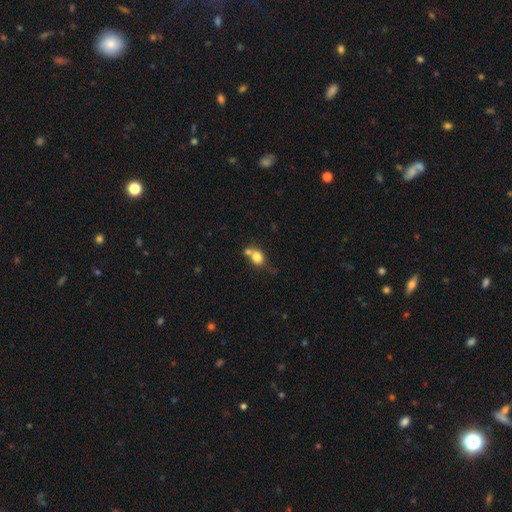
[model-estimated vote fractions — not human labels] Smooth or featured: smooth — 78% (featured or disk — 11%)
How rounded: round — 59% (in between — 40%)
Merging: none — 42% (merger — 41%)